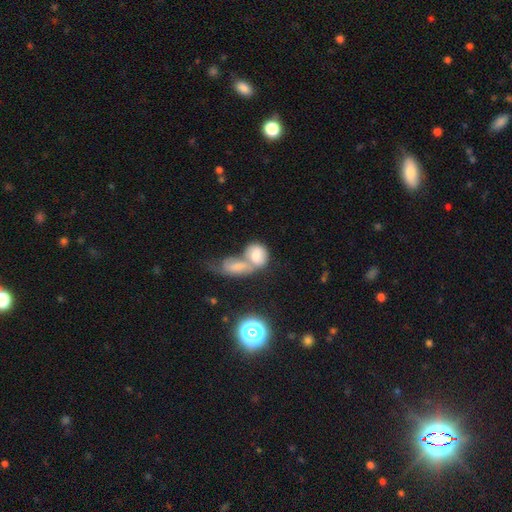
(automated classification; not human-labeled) Overall: smooth (70%). How rounded: in between (63%; round 34%). Merging: merger (70%).